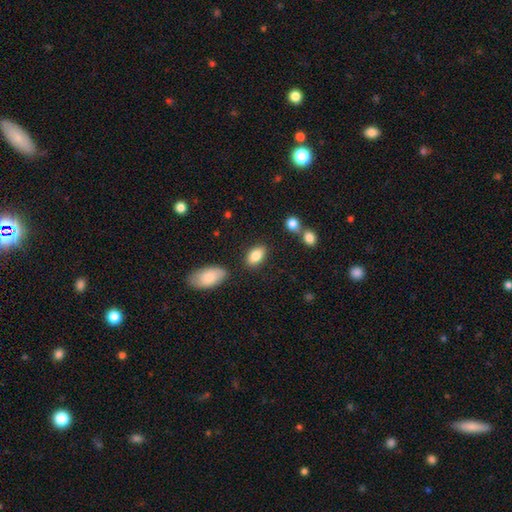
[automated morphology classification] The model was most divided on "merging": none: 82%, minor disturbance: 11%, merger: 4%, major disturbance: 3%. More confident: how rounded — in between (90%); smooth or featured — smooth (83%).